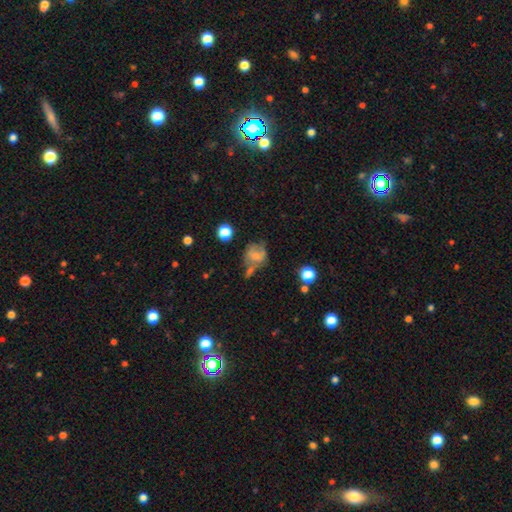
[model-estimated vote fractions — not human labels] Smooth or featured: smooth — 57% (featured or disk — 31%)
How rounded: round — 62% (in between — 37%)
Merging: none — 34% (minor disturbance — 25%)